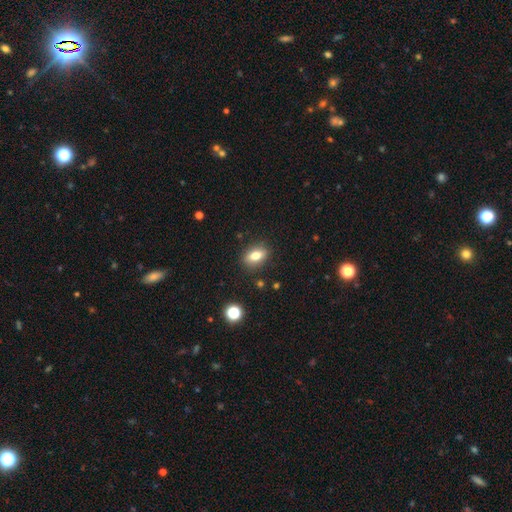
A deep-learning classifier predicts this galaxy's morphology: smooth-or-featured: smooth: 73% | featured or disk: 18% | star or artifact: 9%
  how-rounded: in between: 79% | round: 11% | cigar-shaped: 10%
  merging: none: 86% | minor disturbance: 10% | major disturbance: 3% | merger: 2%